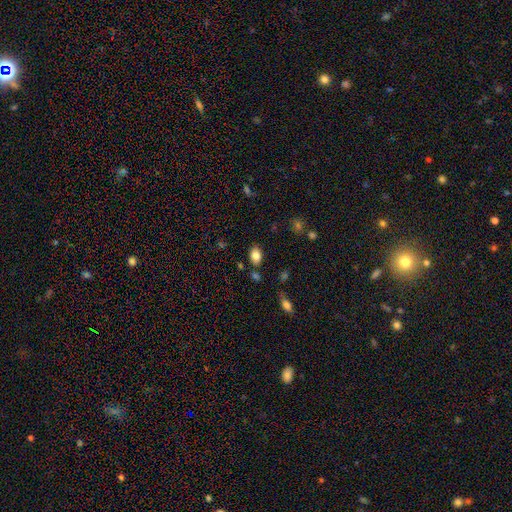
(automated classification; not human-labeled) Smooth or featured? smooth (82%)
How rounded? in between (83%)
Merging? none (79%)